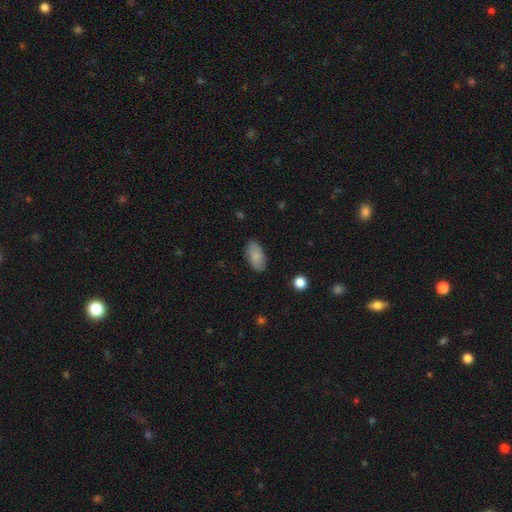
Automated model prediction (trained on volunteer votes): Overall: smooth (82%). How rounded: in between (94%). Merging: none (85%).